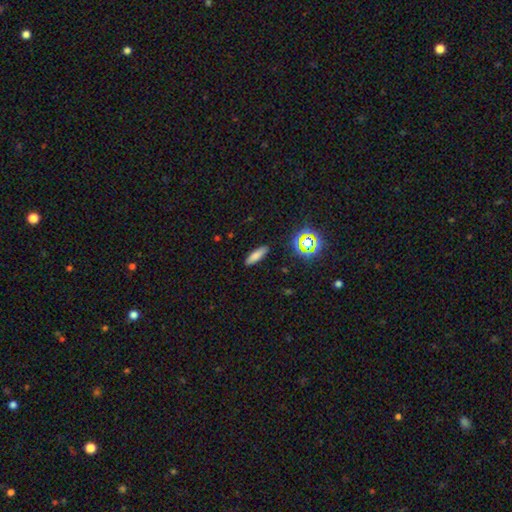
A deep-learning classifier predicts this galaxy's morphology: Smooth or featured: smooth — 76% (star or artifact — 14%)
How rounded: cigar-shaped — 59% (in between — 37%)
Merging: none — 89% (minor disturbance — 8%)